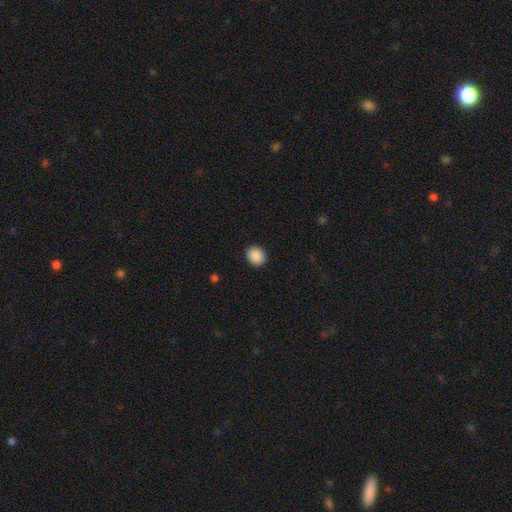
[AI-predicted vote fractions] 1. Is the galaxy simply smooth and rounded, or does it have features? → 90% smooth, 8% star or artifact, 2% featured or disk.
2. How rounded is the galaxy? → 64% round, 36% in between, 1% cigar-shaped.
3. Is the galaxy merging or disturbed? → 91% none, 6% minor disturbance, 2% major disturbance, 1% merger.